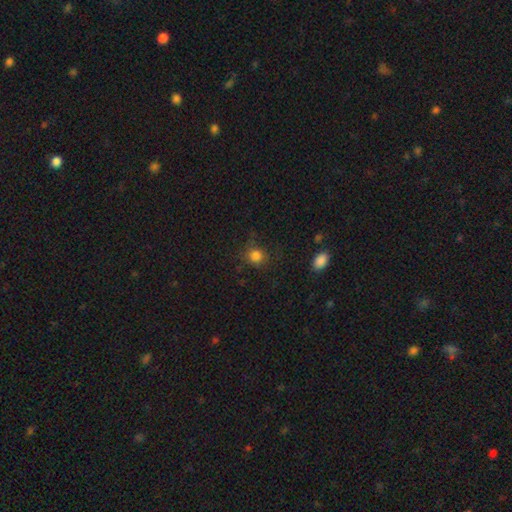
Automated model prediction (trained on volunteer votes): smooth_or_featured: smooth (p=0.82) [alt: star or artifact p=0.12]
how_rounded: round (p=0.85) [alt: in between p=0.13]
merging: none (p=0.75) [alt: minor disturbance p=0.16]